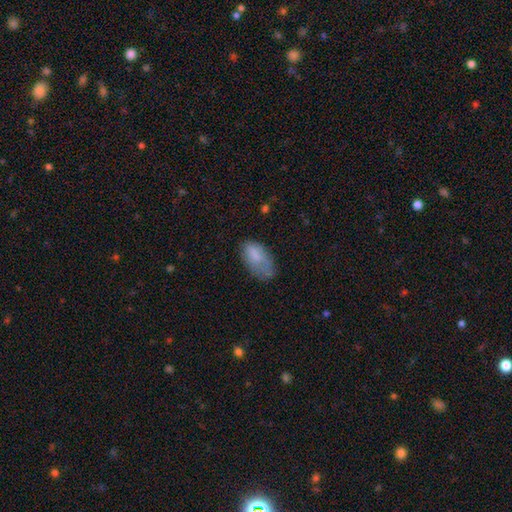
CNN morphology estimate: Smooth or featured?
  - smooth: 76% *
  - featured or disk: 16%
  - star or artifact: 8%
How rounded?
  - in between: 93% *
  - round: 3%
  - cigar-shaped: 3%
Merging?
  - none: 46% *
  - minor disturbance: 35%
  - major disturbance: 17%
  - merger: 2%